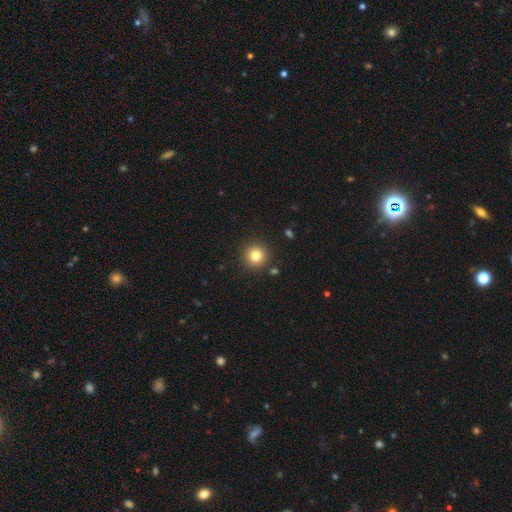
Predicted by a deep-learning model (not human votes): This is clearly a smooth galaxy (81%). How rounded: clearly round (95%). Merging: clearly none (90%).